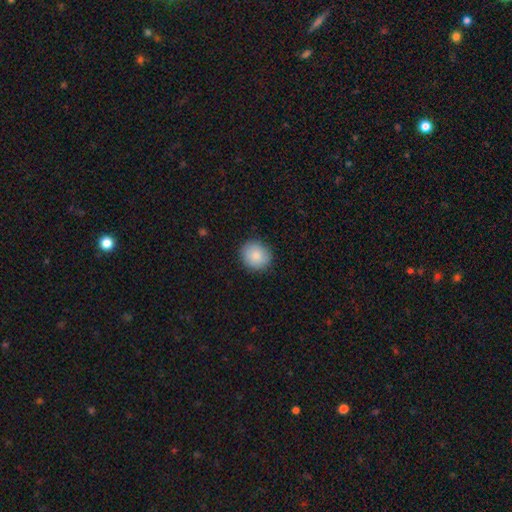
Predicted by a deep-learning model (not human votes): smooth 85%, star or artifact 7%, featured or disk 7%. Down the decision tree: how rounded — round (78%); merging — none (88%).